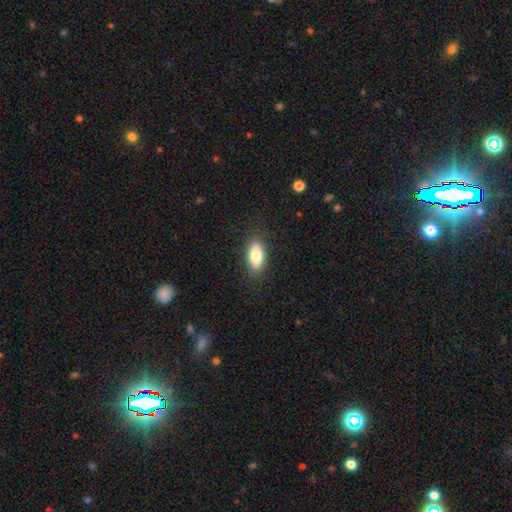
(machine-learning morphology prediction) Overall: smooth (80%). How rounded: in between (88%). Merging: none (86%).